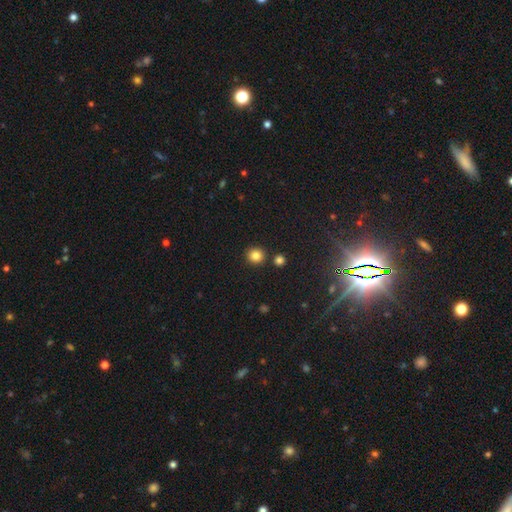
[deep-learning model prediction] Smooth or featured? Predicted: smooth (p=0.84). How rounded? Predicted: round (p=0.91). Merging? Predicted: none (p=0.87).